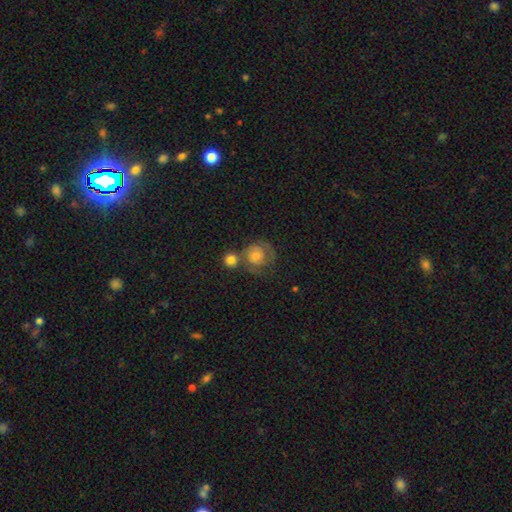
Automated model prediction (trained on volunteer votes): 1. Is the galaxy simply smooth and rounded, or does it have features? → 53% featured or disk, 37% smooth, 9% star or artifact.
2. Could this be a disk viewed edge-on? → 97% no, 3% yes.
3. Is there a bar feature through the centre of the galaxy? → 72% no, 24% weak, 4% strong.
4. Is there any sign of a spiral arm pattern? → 82% yes, 18% no.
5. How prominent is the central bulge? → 47% moderate, 32% small, 11% large, 7% none, 2% dominant.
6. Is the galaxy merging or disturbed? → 47% none, 24% merger, 17% minor disturbance, 12% major disturbance.